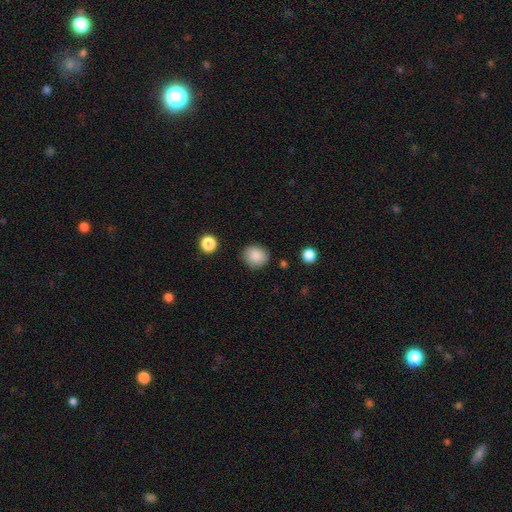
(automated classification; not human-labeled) Smooth or featured? Predicted: smooth (p=0.87). How rounded? Predicted: round (p=0.82). Merging? Predicted: none (p=0.85).